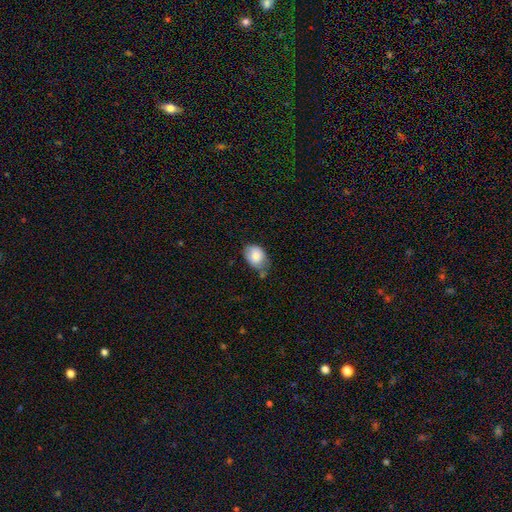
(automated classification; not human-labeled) Smooth or featured? Predicted: smooth (p=0.82). How rounded? Predicted: in between (p=0.71). Merging? Predicted: none (p=0.44).